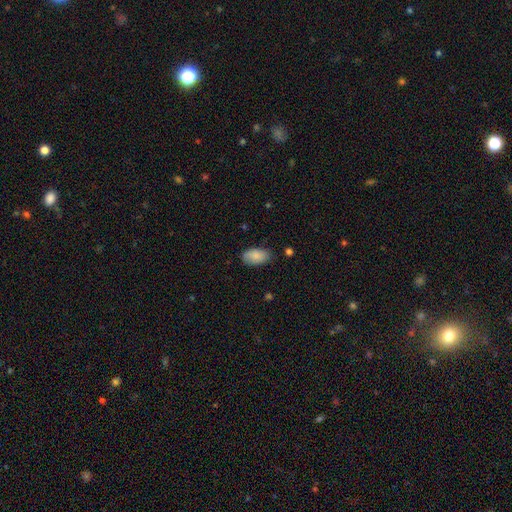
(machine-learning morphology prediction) Smooth or featured? Predicted: smooth (p=0.86). How rounded? Predicted: in between (p=0.94). Merging? Predicted: none (p=0.81).